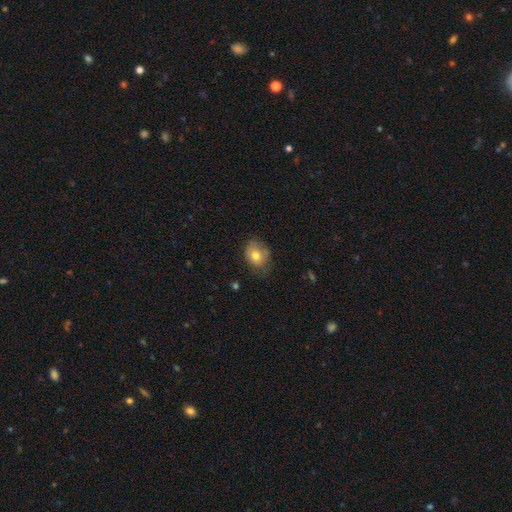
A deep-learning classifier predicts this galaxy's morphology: Overall: smooth (74%). How rounded: in between (51%; round 48%). Merging: none (53%; minor disturbance 34%).